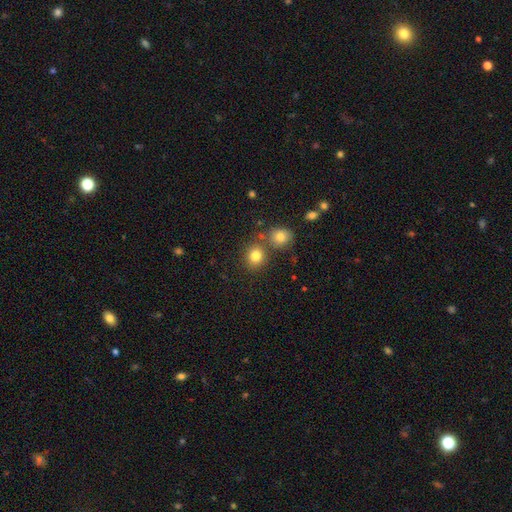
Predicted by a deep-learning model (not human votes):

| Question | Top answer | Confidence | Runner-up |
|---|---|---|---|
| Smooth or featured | smooth | 81% | star or artifact (12%) |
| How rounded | round | 75% | in between (24%) |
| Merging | none | 68% | merger (19%) |